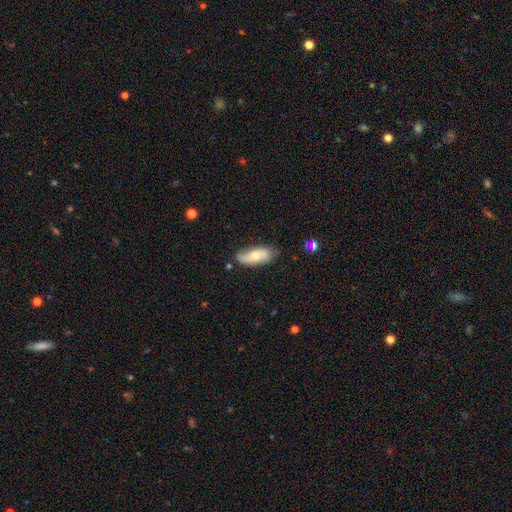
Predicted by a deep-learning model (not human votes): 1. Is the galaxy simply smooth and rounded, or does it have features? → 61% smooth, 33% featured or disk, 6% star or artifact.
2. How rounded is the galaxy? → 81% in between, 16% cigar-shaped, 2% round.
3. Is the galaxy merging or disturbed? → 67% none, 25% minor disturbance, 5% major disturbance, 2% merger.